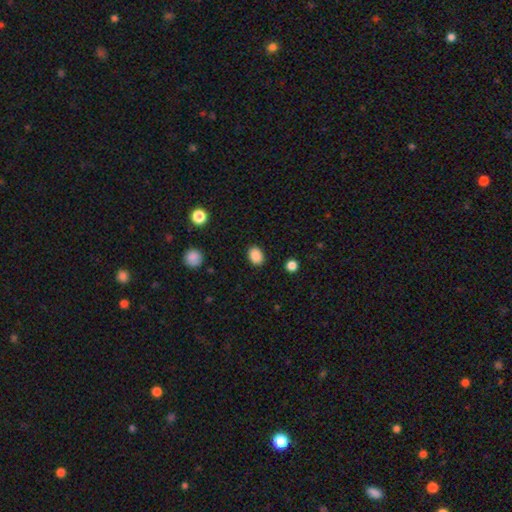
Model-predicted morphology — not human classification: Smooth or featured: smooth — 88% (star or artifact — 9%)
How rounded: in between — 66% (round — 33%)
Merging: none — 88% (minor disturbance — 9%)